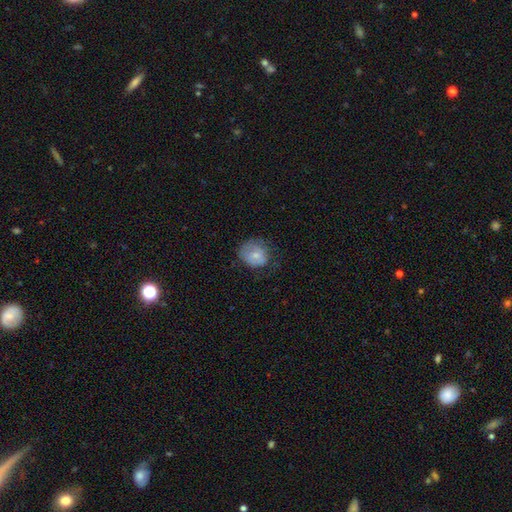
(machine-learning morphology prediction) Smooth or featured? Predicted: smooth (p=0.71). How rounded? Predicted: round (p=0.74). Merging? Predicted: none (p=0.55).